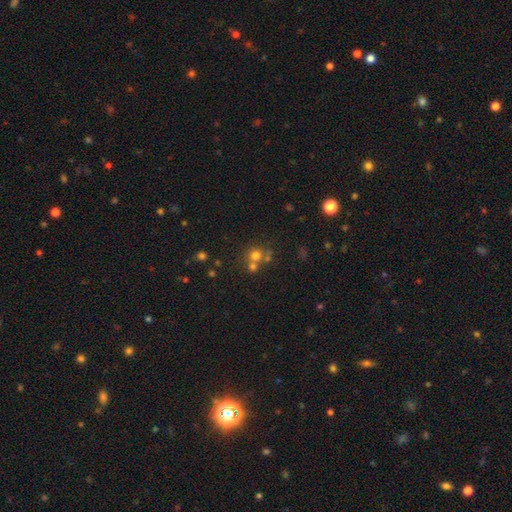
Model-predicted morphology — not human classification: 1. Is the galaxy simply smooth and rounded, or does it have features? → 67% smooth, 19% star or artifact, 14% featured or disk.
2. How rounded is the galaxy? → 87% round, 12% in between, 1% cigar-shaped.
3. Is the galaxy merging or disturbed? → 50% none, 39% merger, 7% minor disturbance, 4% major disturbance.